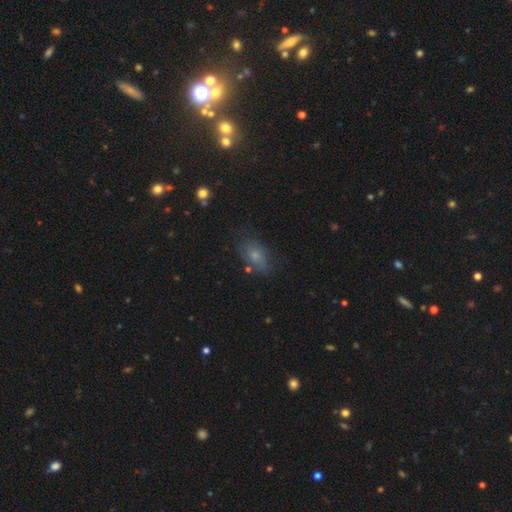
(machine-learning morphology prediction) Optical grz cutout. It shows a smooth galaxy with no disk features (69%) that is in between round and cigar-shaped (86%). Merging: none (65%).